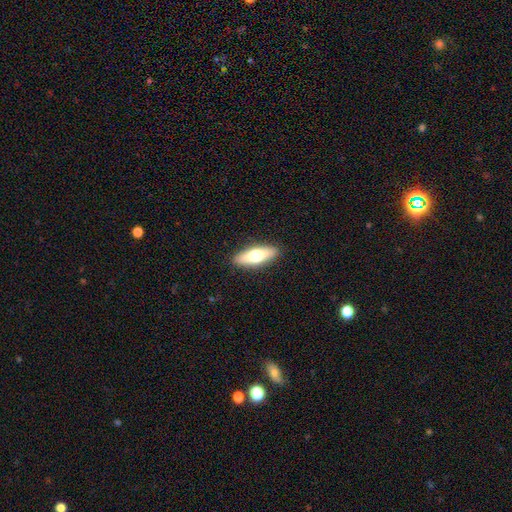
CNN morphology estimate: This appears to be a smooth galaxy with no disk features (62%) that is in between round and cigar-shaped (60%). Merging: none (90%).